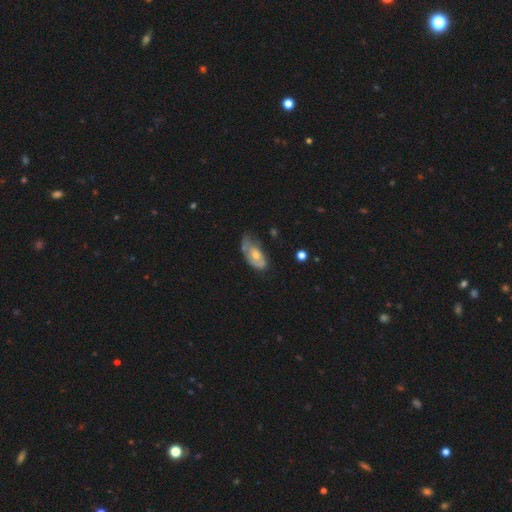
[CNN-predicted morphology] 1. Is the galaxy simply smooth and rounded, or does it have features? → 51% featured or disk, 43% smooth, 6% star or artifact.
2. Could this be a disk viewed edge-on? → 90% no, 10% yes.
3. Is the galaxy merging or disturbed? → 38% minor disturbance, 37% none, 21% major disturbance, 4% merger.